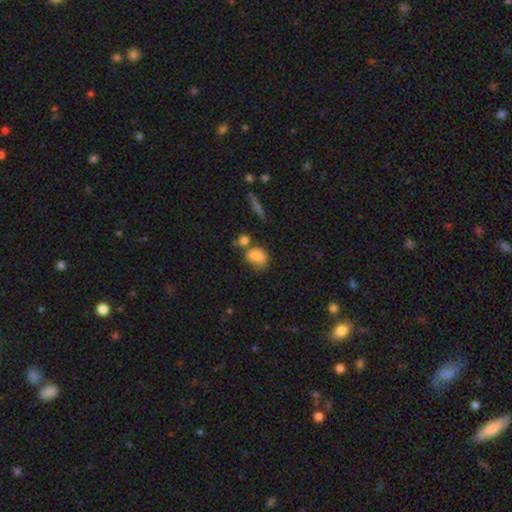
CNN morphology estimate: Smooth or featured? smooth (77%)
How rounded? in between (57%)
Merging? none (37%)